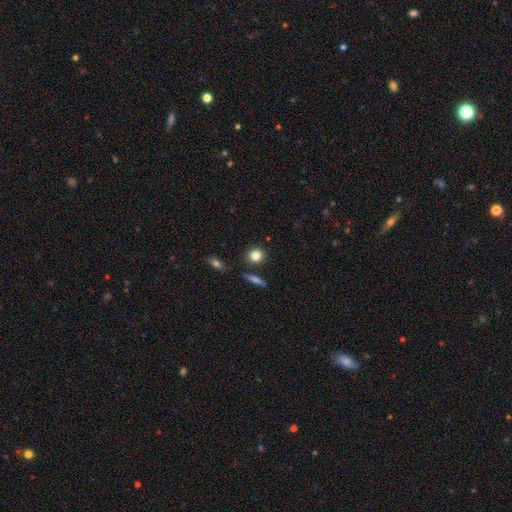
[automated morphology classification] Smooth or featured? Predicted: smooth (p=0.82). How rounded? Predicted: round (p=0.78). Merging? Predicted: none (p=0.84).